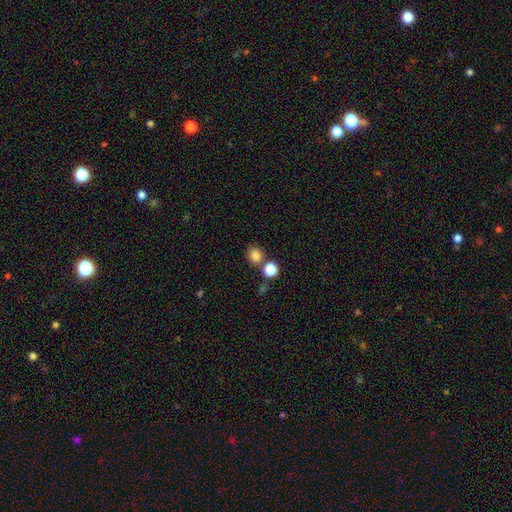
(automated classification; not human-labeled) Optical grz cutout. It shows a smooth galaxy with no disk features (82%) that is round (84%). Merging: none (69%).